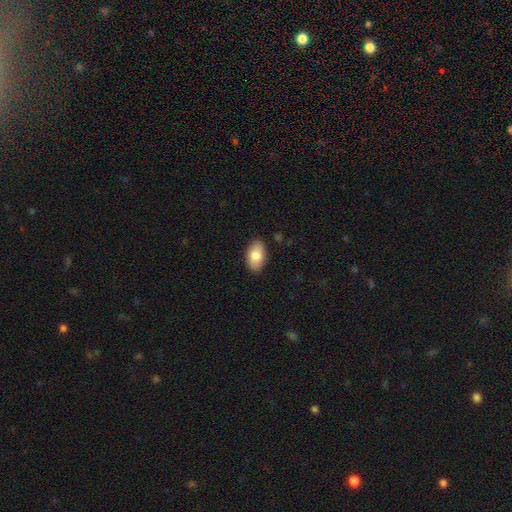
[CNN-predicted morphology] Smooth or featured? Predicted: smooth (p=0.82). How rounded? Predicted: in between (p=0.94). Merging? Predicted: none (p=0.88).